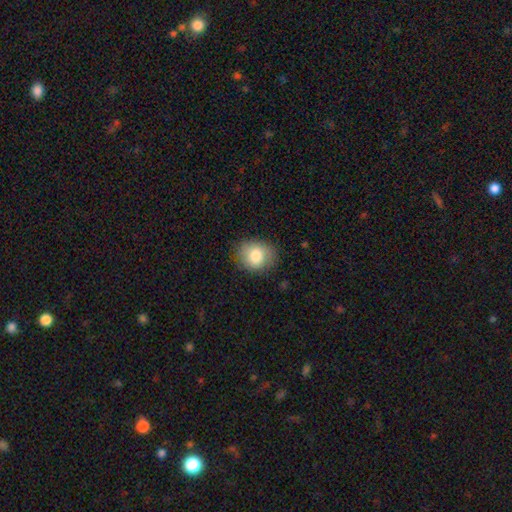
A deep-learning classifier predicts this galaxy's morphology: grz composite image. It shows a smooth galaxy with no disk features (81%) that is round (60%). Merging: none (82%).